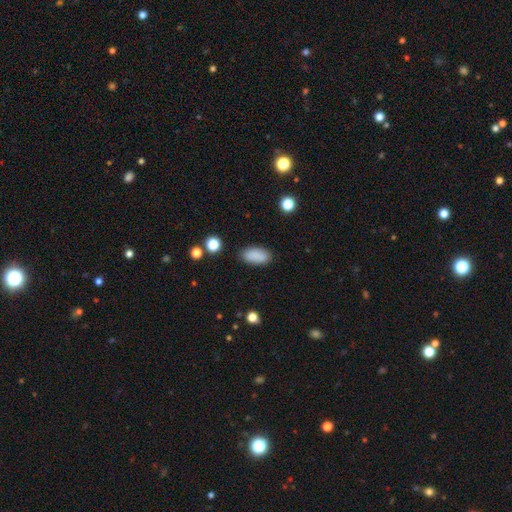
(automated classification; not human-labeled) smooth 88%, star or artifact 8%, featured or disk 4%. Down the decision tree: how rounded — in between (92%); merging — none (87%).